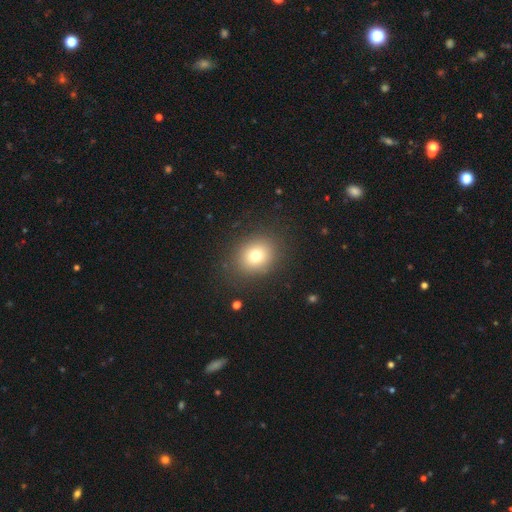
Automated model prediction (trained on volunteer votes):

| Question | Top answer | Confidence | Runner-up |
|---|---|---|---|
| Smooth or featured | smooth | 76% | star or artifact (13%) |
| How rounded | round | 67% | in between (32%) |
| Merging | none | 86% | minor disturbance (8%) |